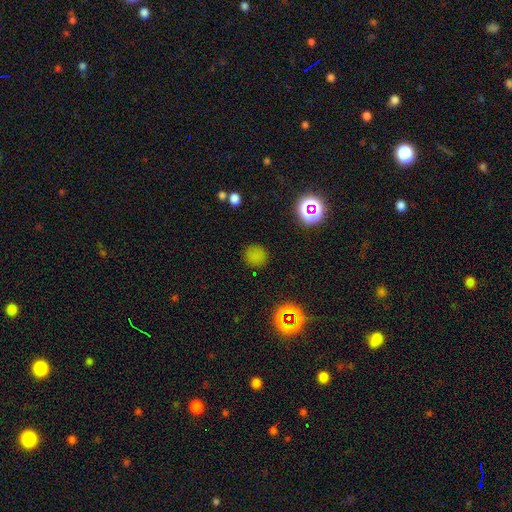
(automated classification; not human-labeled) The model was most divided on "smooth or featured": smooth: 69%, star or artifact: 25%, featured or disk: 5%. More confident: how rounded — round (89%); merging — none (87%).